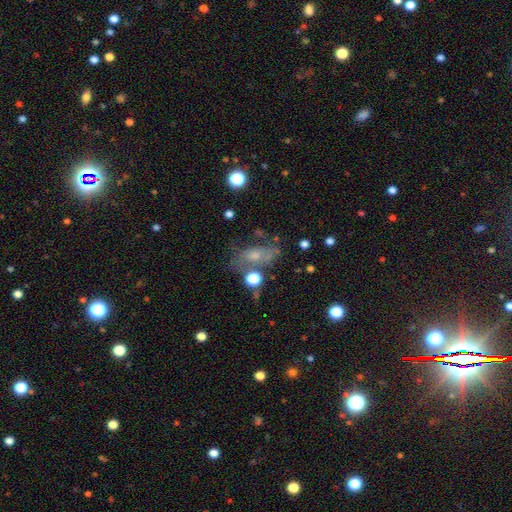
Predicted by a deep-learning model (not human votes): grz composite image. It shows a smooth galaxy with no disk features (44%). Merging: none (47%).